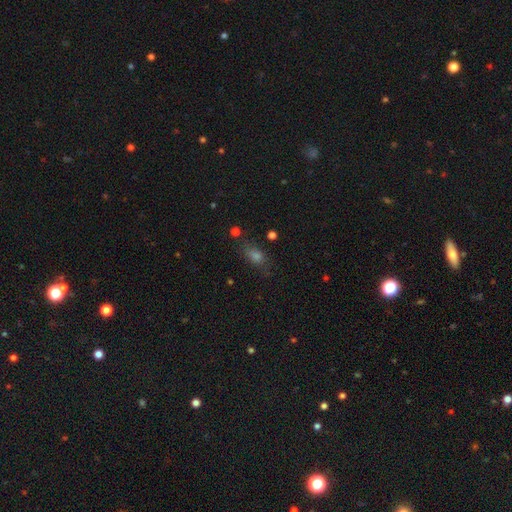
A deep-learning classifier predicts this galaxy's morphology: smooth 58%, star or artifact 28%, featured or disk 14%. Down the decision tree: how rounded — in between (68%); merging — none (73%).